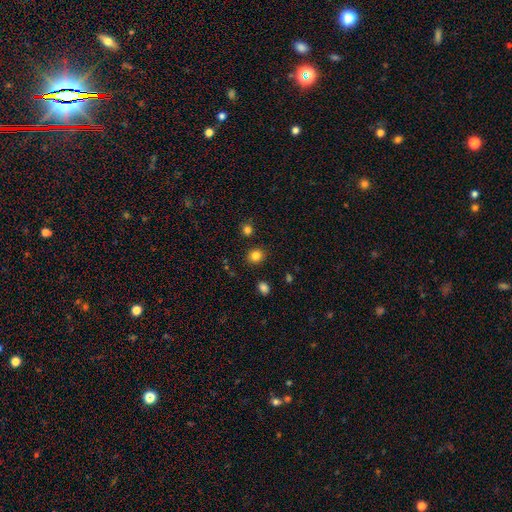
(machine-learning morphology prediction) A smooth galaxy with no disk features (83%) that is round (76%).

Vote fractions:
- Smooth or featured? smooth: 83% / star or artifact: 12% / featured or disk: 5%
- How rounded? round: 76% / in between: 24% / cigar-shaped: 1%
- Merging? none: 89% / minor disturbance: 7% / merger: 3% / major disturbance: 2%